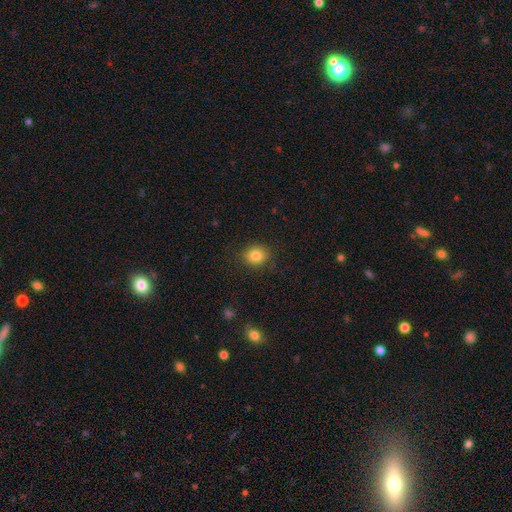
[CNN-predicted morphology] Q: Smooth or featured?
A: smooth (83%); runner-up: star or artifact (11%)
Q: How rounded?
A: round (73%); runner-up: in between (26%)
Q: Merging?
A: none (87%); runner-up: minor disturbance (9%)